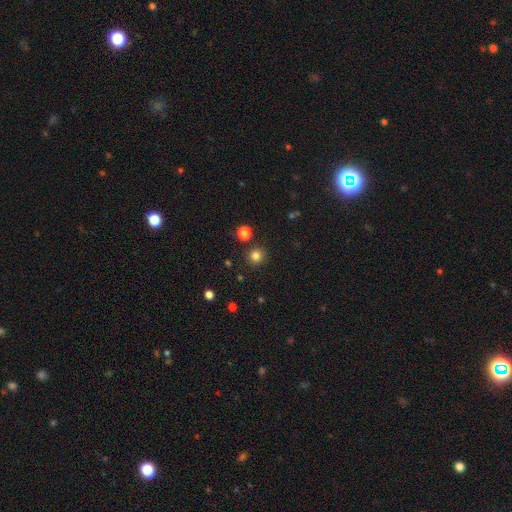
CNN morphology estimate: This appears to be a smooth galaxy with no disk features (81%) that is round (93%). Merging: none (89%).